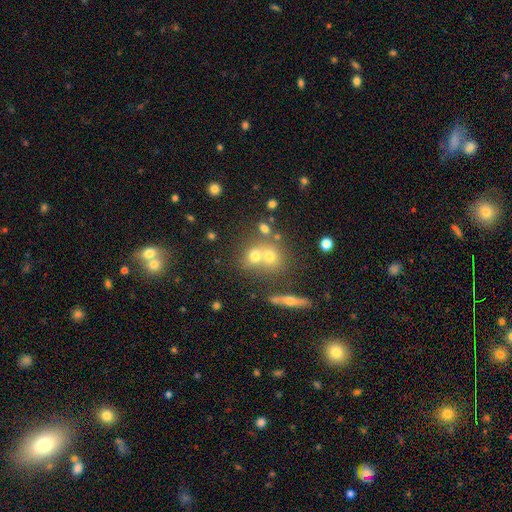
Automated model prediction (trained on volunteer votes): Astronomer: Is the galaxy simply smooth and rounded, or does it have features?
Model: smooth — 52%.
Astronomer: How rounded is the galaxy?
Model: round — 78%.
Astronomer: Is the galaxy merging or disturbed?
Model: none — 46% (runner-up: merger, 42%).